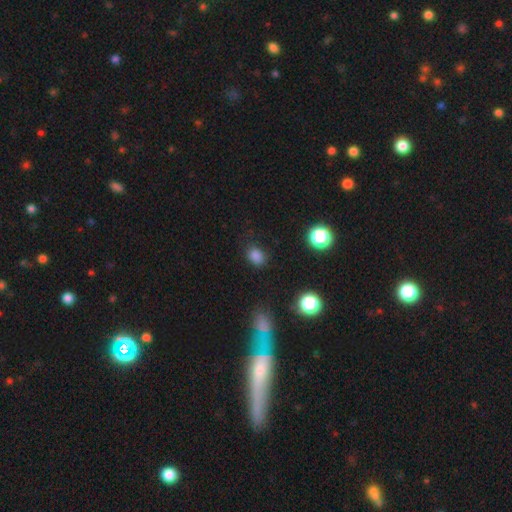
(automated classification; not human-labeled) smooth-or-featured: smooth: 80% | star or artifact: 16% | featured or disk: 4%
  how-rounded: in between: 55% | round: 43% | cigar-shaped: 1%
  merging: none: 77% | minor disturbance: 16% | major disturbance: 5% | merger: 2%